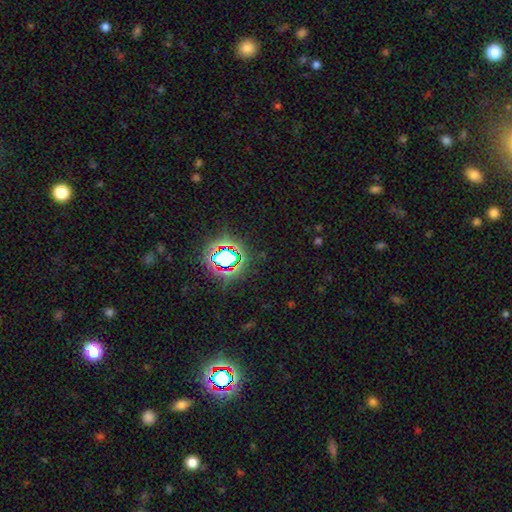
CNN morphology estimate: This appears to be a star or artifact, not a galaxy (77%).